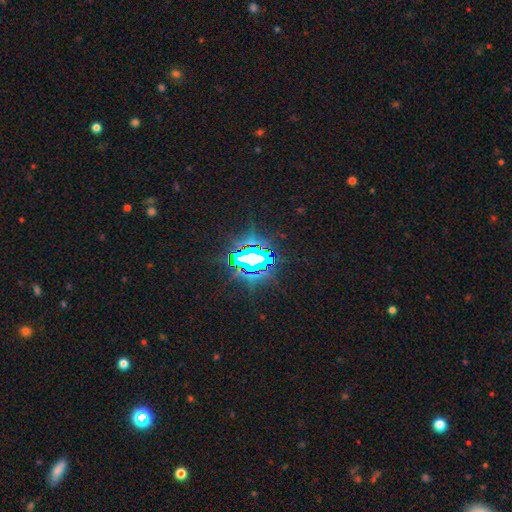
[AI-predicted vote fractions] The model was most divided on "smooth or featured": star or artifact: 77%, featured or disk: 12%, smooth: 11%.